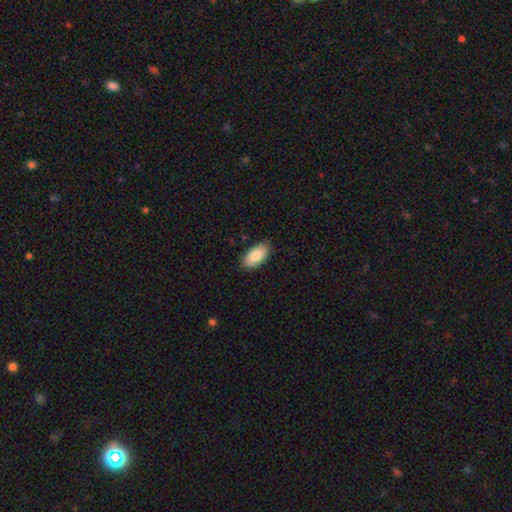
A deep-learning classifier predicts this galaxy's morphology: smooth_or_featured: smooth (p=0.87) [alt: featured or disk p=0.07]
how_rounded: in between (p=0.94) [alt: cigar-shaped p=0.04]
merging: none (p=0.87) [alt: minor disturbance p=0.10]